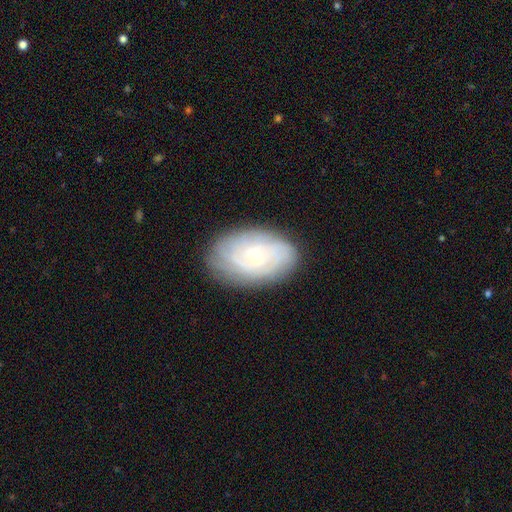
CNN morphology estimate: featured or disk 61%, smooth 32%, star or artifact 8%. Down the decision tree: edge-on disk — no (95%); bar — no (74%); spiral arms — yes (81%); bulge size — small (78%); merging — none (79%).